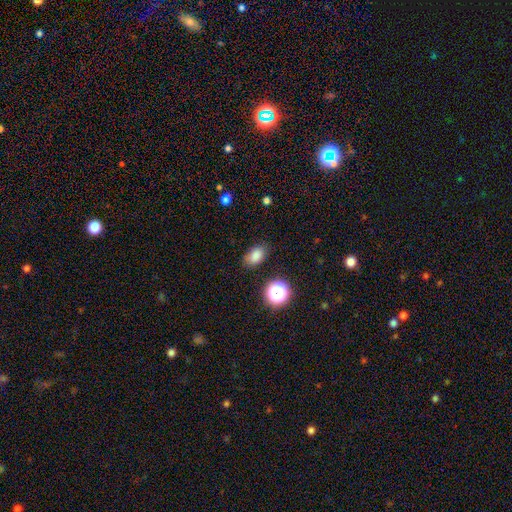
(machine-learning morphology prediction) This is clearly a smooth galaxy (82%). How rounded: clearly in between (81%). Merging: clearly none (81%).